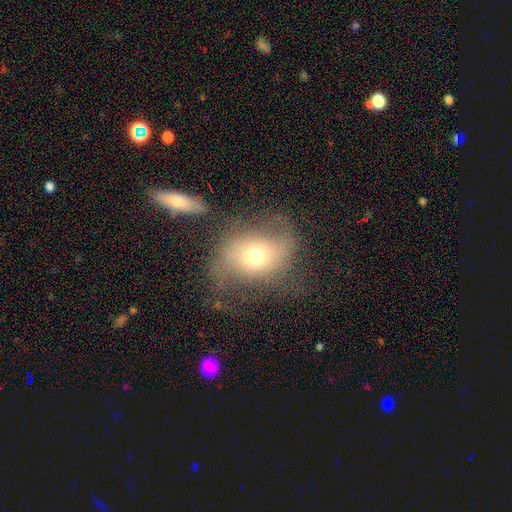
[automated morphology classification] Smooth or featured?
  - featured or disk: 45% *
  - smooth: 44%
  - star or artifact: 10%
Merging?
  - none: 41% *
  - major disturbance: 28%
  - minor disturbance: 23%
  - merger: 9%